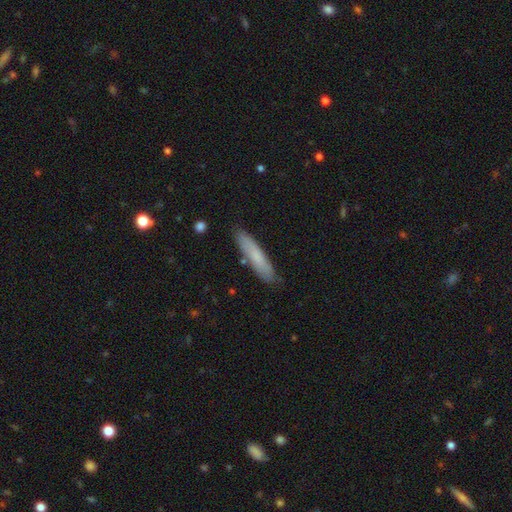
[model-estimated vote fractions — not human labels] Smooth or featured: smooth — 73% (featured or disk — 20%)
How rounded: cigar-shaped — 85% (in between — 13%)
Merging: none — 84% (minor disturbance — 11%)